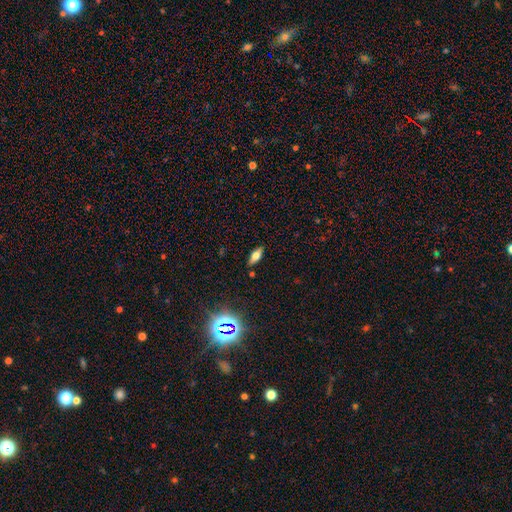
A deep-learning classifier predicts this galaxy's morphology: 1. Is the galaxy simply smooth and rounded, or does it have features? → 56% smooth, 31% featured or disk, 12% star or artifact.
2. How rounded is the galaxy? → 73% in between, 24% cigar-shaped, 4% round.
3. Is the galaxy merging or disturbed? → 87% none, 9% minor disturbance, 2% major disturbance, 2% merger.